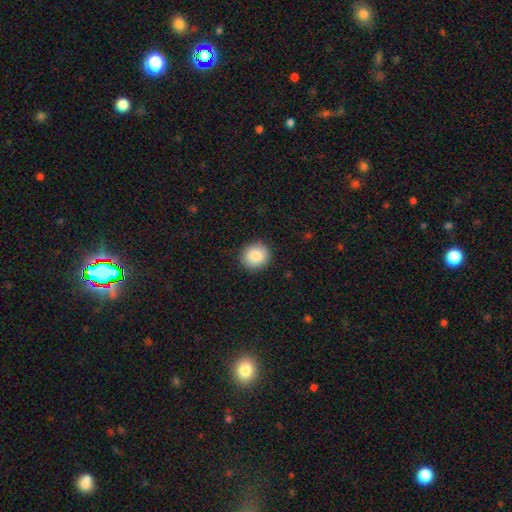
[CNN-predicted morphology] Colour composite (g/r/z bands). It shows a smooth galaxy with no disk features (88%) that is round (88%). Merging: none (90%).